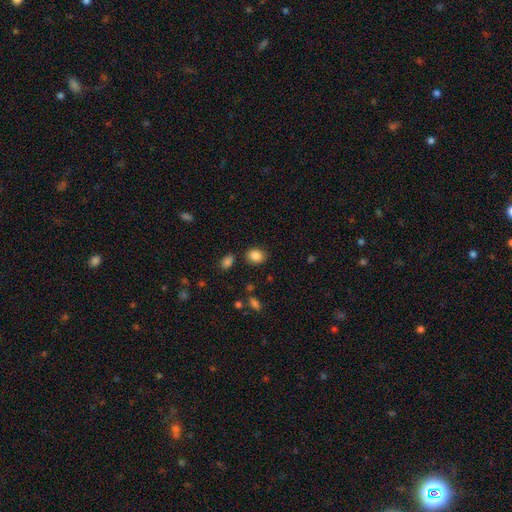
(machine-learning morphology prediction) Q: Smooth or featured?
A: smooth (86%); runner-up: star or artifact (9%)
Q: How rounded?
A: round (50%); runner-up: in between (49%)
Q: Merging?
A: none (83%); runner-up: minor disturbance (10%)